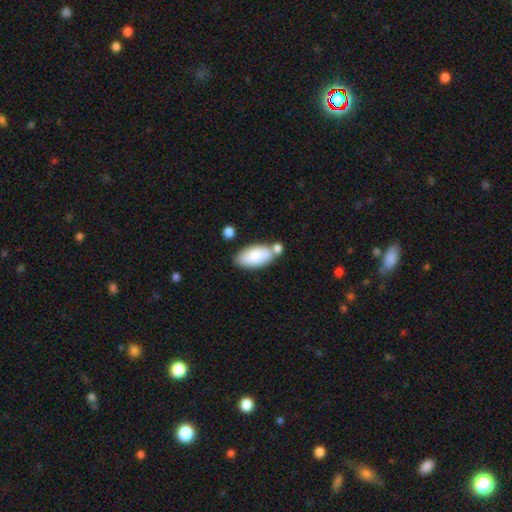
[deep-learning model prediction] The model was most divided on "merging": none: 56%, merger: 23%, minor disturbance: 16%, major disturbance: 4%. More confident: how rounded — in between (94%); smooth or featured — smooth (81%).